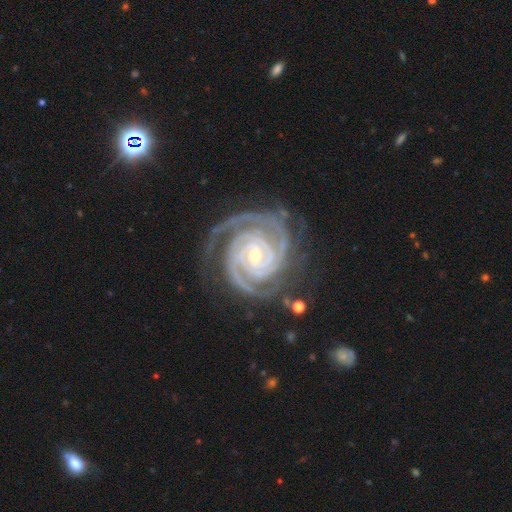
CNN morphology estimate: This appears to be a featured or disk galaxy (94%) with no bar (52%), 2 (39%) tight (84%) spiral arms (99%) and a small central bulge (59%). Merging: none (73%).